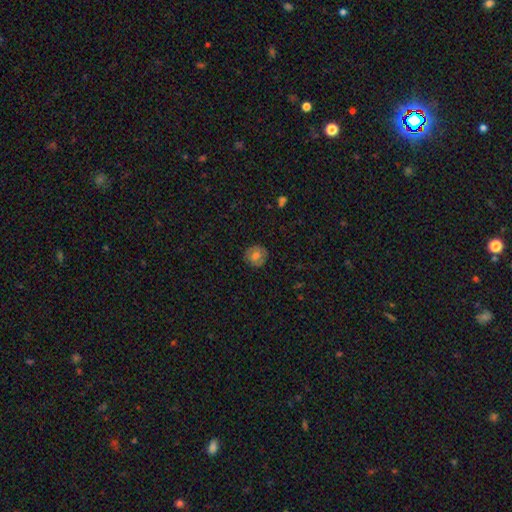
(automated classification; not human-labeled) This appears to be a smooth galaxy with no disk features (65%) that is round (85%). Merging: none (85%).